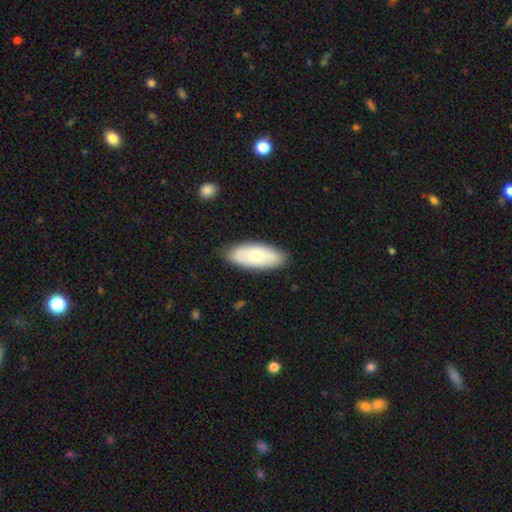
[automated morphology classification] This is likely a smooth galaxy (80%). How rounded: clearly in between (82%). Merging: clearly none (85%).